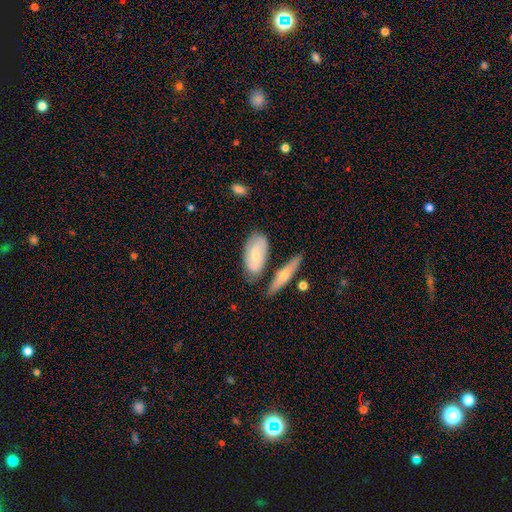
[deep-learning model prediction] smooth-or-featured: smooth: 48% | featured or disk: 46% | star or artifact: 6%
  merging: none: 63% | minor disturbance: 19% | merger: 13% | major disturbance: 5%